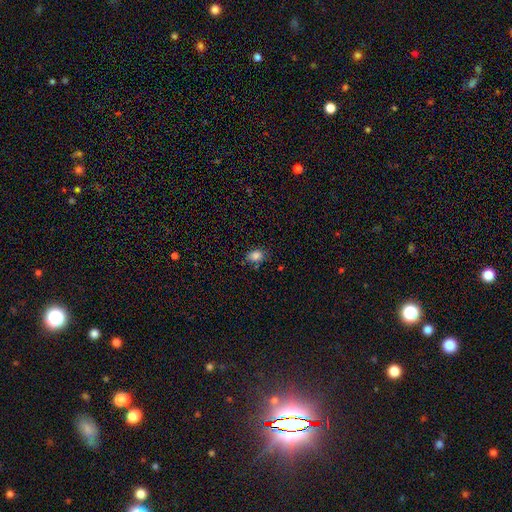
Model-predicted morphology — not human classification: smooth 84%, star or artifact 11%, featured or disk 5%. Down the decision tree: how rounded — in between (68%); merging — none (77%).